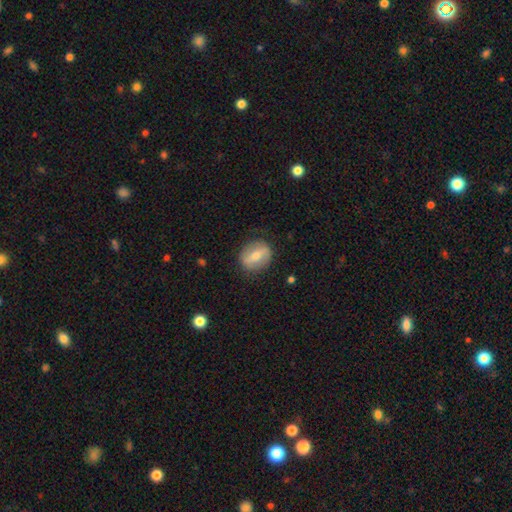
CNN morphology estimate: featured or disk 50%, smooth 44%, star or artifact 7%. Down the decision tree: merging — none (82%).